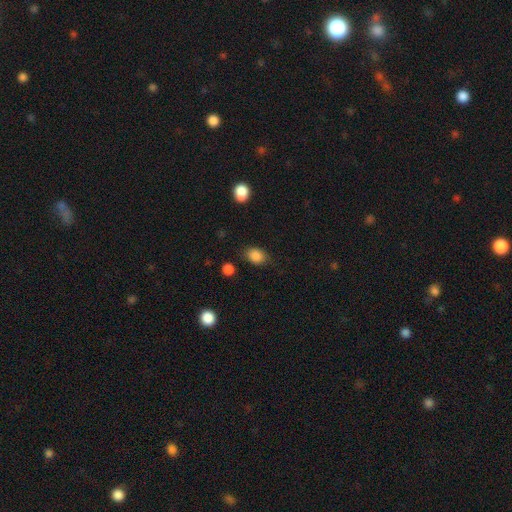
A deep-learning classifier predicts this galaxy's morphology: smooth 86%, star or artifact 9%, featured or disk 4%. Down the decision tree: how rounded — in between (70%); merging — none (80%).